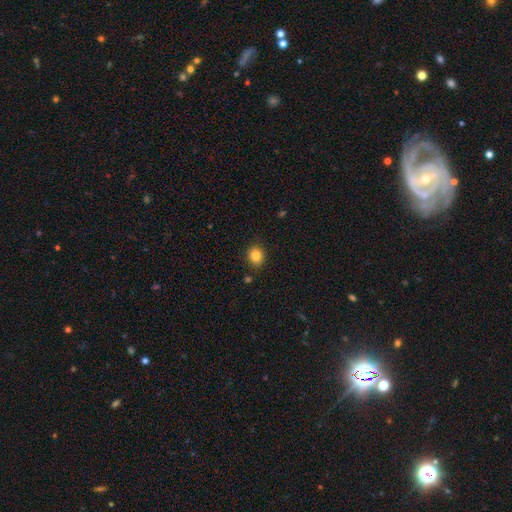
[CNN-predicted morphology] A smooth galaxy with no disk features (83%) that is round (71%). Merging: none (88%).